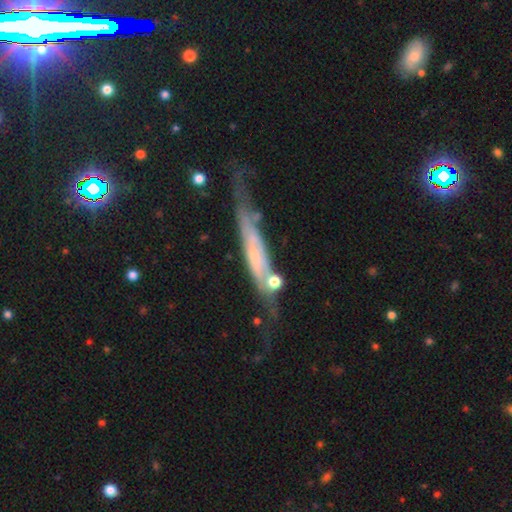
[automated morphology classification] smooth_or_featured: featured or disk (p=0.73) [alt: smooth p=0.21]
disk_edge_on: yes (p=0.66) [alt: no p=0.34]
merging: none (p=0.49) [alt: minor disturbance p=0.25]